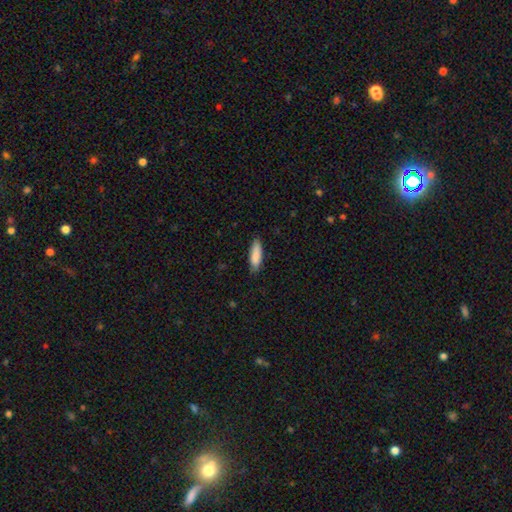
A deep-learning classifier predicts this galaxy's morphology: Smooth or featured?
  - smooth: 87% *
  - featured or disk: 7%
  - star or artifact: 6%
How rounded?
  - in between: 51% *
  - cigar-shaped: 48%
  - round: 2%
Merging?
  - none: 82% *
  - minor disturbance: 14%
  - major disturbance: 2%
  - merger: 1%